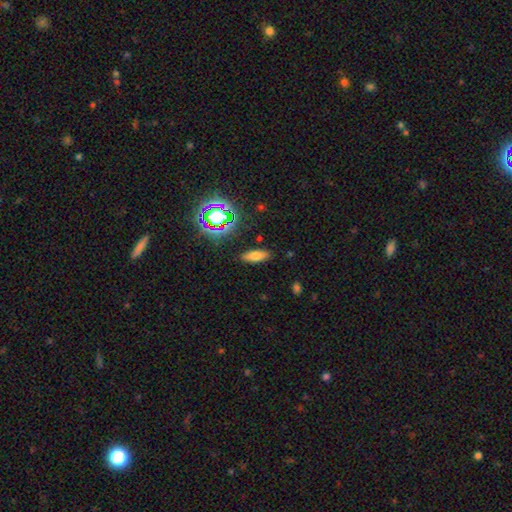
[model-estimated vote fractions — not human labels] Smooth or featured? Predicted: smooth (p=0.69). How rounded? Predicted: in between (p=0.68). Merging? Predicted: none (p=0.86).